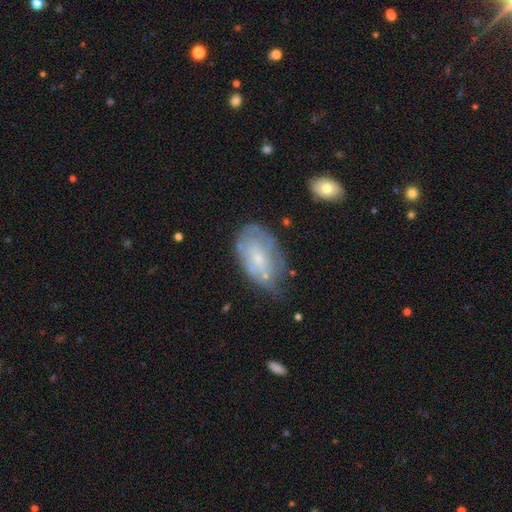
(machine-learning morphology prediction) This appears to be a featured or disk galaxy (49%). Merging: none (52%).